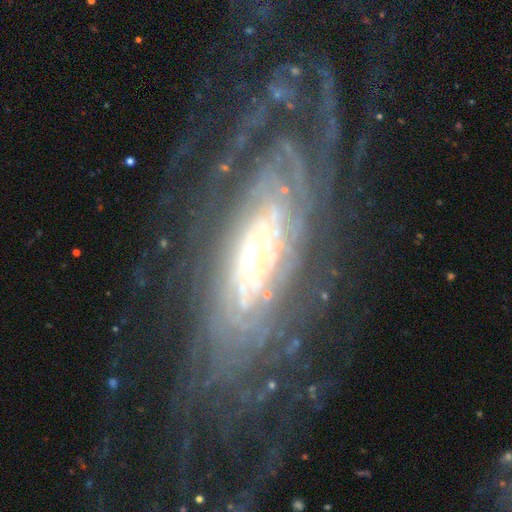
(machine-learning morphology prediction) Smooth or featured?
  - featured or disk: 86% *
  - smooth: 7%
  - star or artifact: 7%
Edge-on disk?
  - no: 87% *
  - yes: 13%
Bar?
  - no: 55% *
  - weak: 28%
  - strong: 17%
Spiral arms?
  - yes: 93% *
  - no: 7%
Spiral winding?
  - tight: 68% *
  - medium: 23%
  - loose: 9%
Spiral arm count?
  - can't tell: 45% *
  - 2: 15%
  - more than 4: 12%
  - 3: 10%
  - 4: 10%
  - 1: 8%
Bulge size?
  - small: 51% *
  - moderate: 36%
  - large: 8%
  - none: 3%
  - dominant: 2%
Merging?
  - none: 66% *
  - minor disturbance: 17%
  - major disturbance: 15%
  - merger: 2%